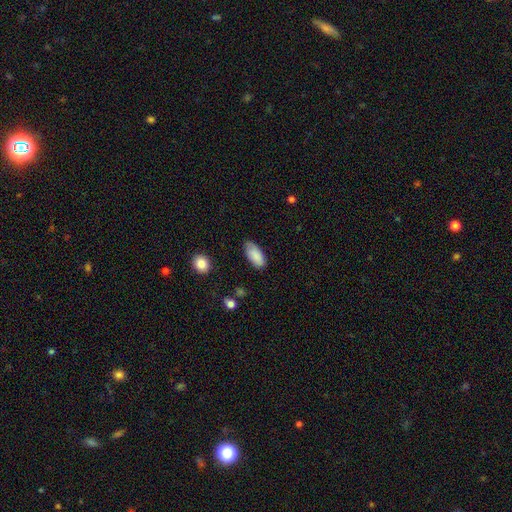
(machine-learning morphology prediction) The model was most divided on "merging": none: 73%, minor disturbance: 21%, major disturbance: 4%, merger: 1%. More confident: how rounded — in between (91%); smooth or featured — smooth (86%).